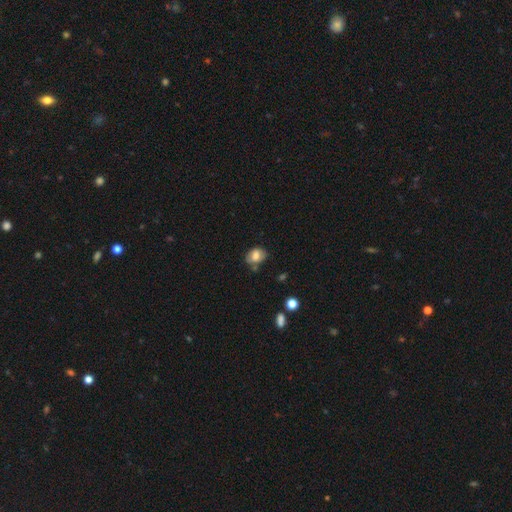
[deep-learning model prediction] Smooth or featured? smooth (71%)
How rounded? in between (63%)
Merging? none (59%)